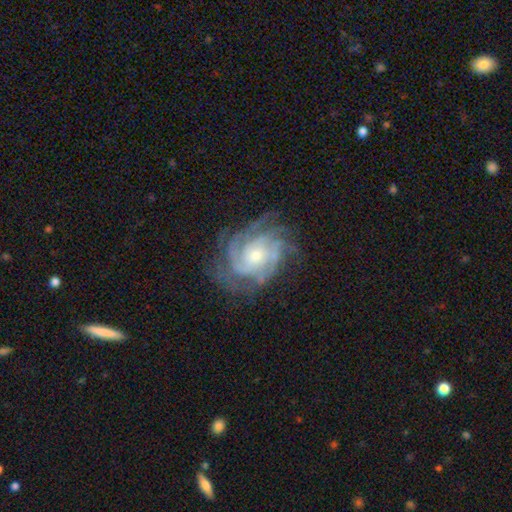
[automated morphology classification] smooth_or_featured: featured or disk (p=0.87) [alt: star or artifact p=0.06]
disk_edge_on: no (p=0.97) [alt: yes p=0.03]
bar: no (p=0.72) [alt: weak p=0.23]
has_spiral_arms: yes (p=0.97) [alt: no p=0.03]
spiral_winding: tight (p=0.64) [alt: medium p=0.30]
spiral_arm_count: 4 (p=0.28) [alt: can't tell p=0.24]
bulge_size: small (p=0.49) [alt: moderate p=0.43]
merging: none (p=0.71) [alt: minor disturbance p=0.18]